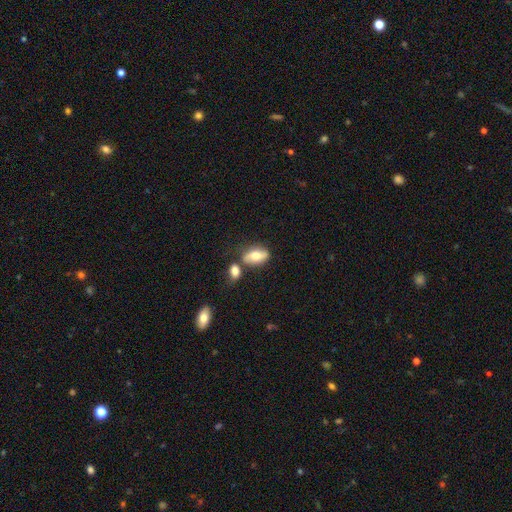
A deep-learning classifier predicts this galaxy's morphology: smooth_or_featured: smooth (p=0.63) [alt: featured or disk p=0.29]
how_rounded: in between (p=0.87) [alt: round p=0.07]
merging: none (p=0.59) [alt: merger p=0.20]